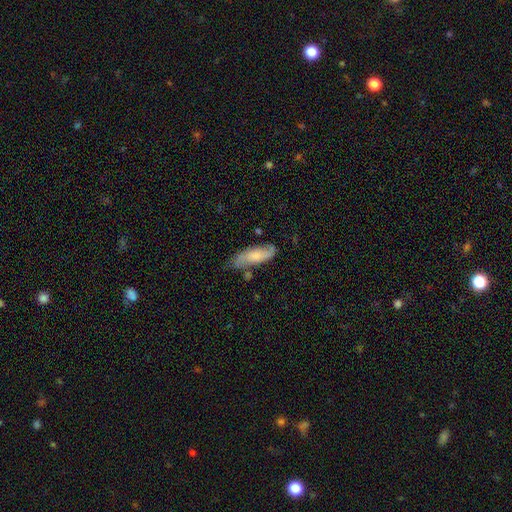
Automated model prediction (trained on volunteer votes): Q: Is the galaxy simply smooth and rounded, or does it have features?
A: smooth — 55%.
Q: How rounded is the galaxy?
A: in between — 64%.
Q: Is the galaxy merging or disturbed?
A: none — 56%.